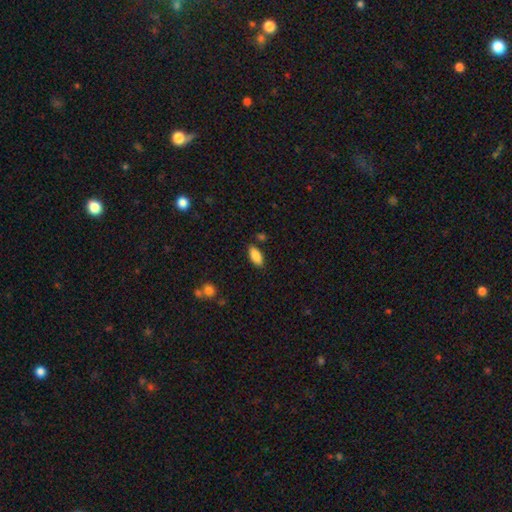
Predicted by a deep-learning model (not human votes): smooth-or-featured: smooth: 88% | star or artifact: 7% | featured or disk: 5%
  how-rounded: in between: 87% | cigar-shaped: 11% | round: 2%
  merging: none: 84% | minor disturbance: 11% | merger: 3% | major disturbance: 2%